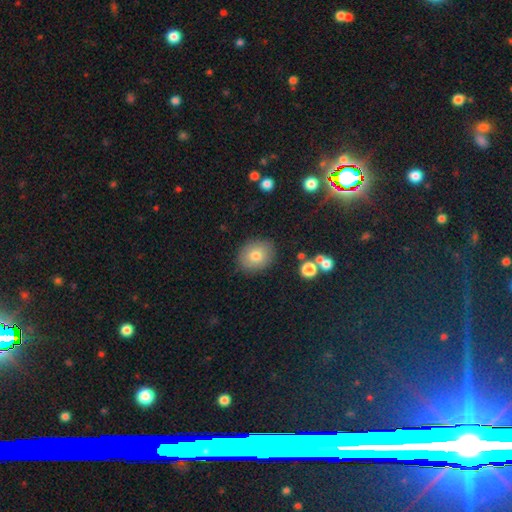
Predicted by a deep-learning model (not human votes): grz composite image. It shows a smooth galaxy with no disk features (77%) that is round (55%). Merging: none (85%).